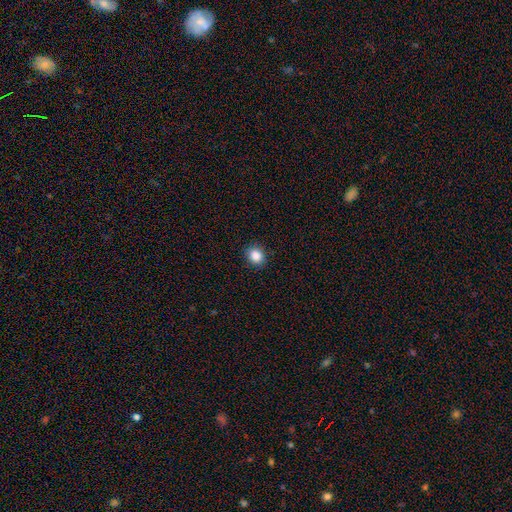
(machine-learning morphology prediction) Overall: smooth (87%). How rounded: round (71%). Merging: none (90%).